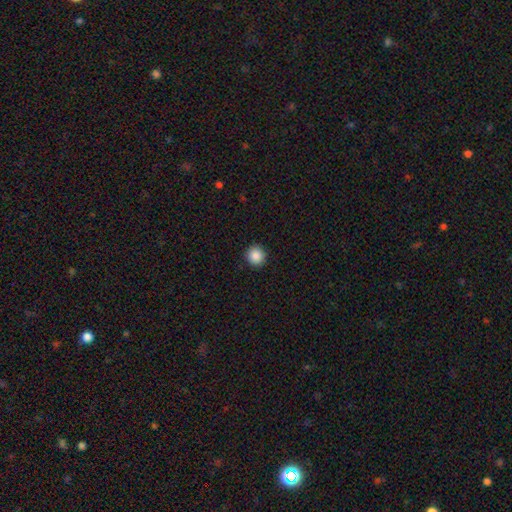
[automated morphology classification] This appears to be a smooth galaxy with no disk features (88%) that is round (94%). Merging: none (93%).